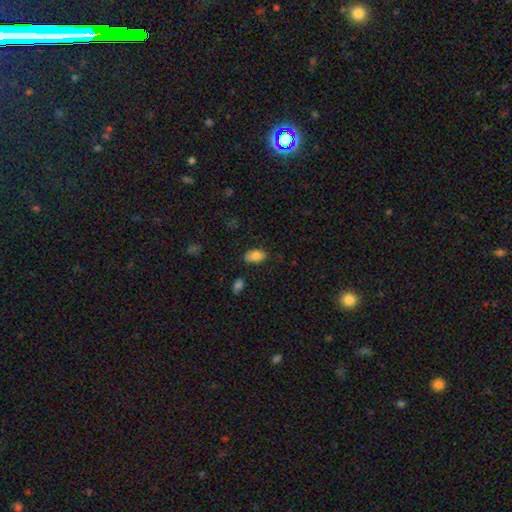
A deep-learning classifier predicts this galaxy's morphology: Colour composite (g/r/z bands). It shows a smooth galaxy with no disk features (83%) that is in between round and cigar-shaped (92%). Merging: none (78%).